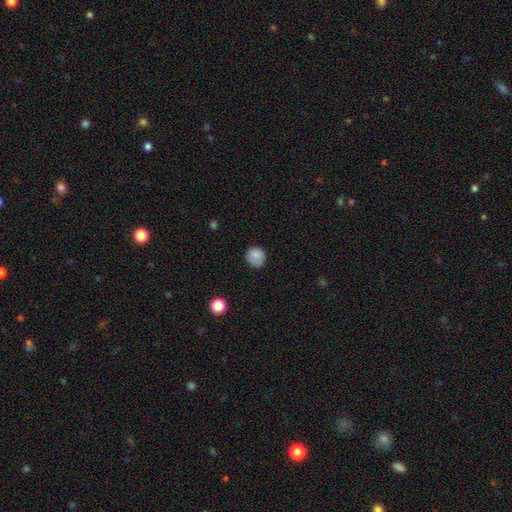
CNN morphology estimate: type=smooth (85%); roundness=round (87%); merging=none (83%).